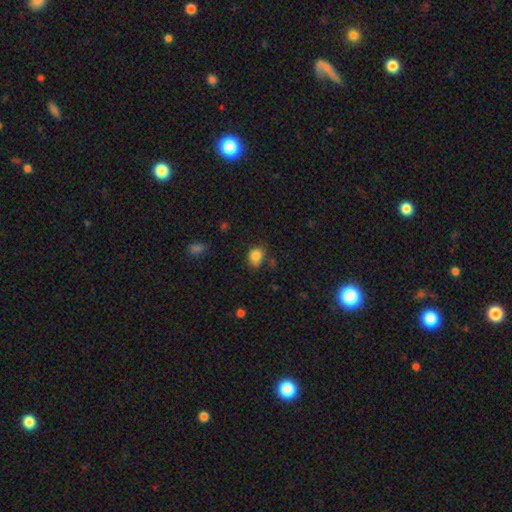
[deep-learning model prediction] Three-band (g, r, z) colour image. It shows a smooth galaxy with no disk features (83%) that is round (58%). Merging: none (59%).